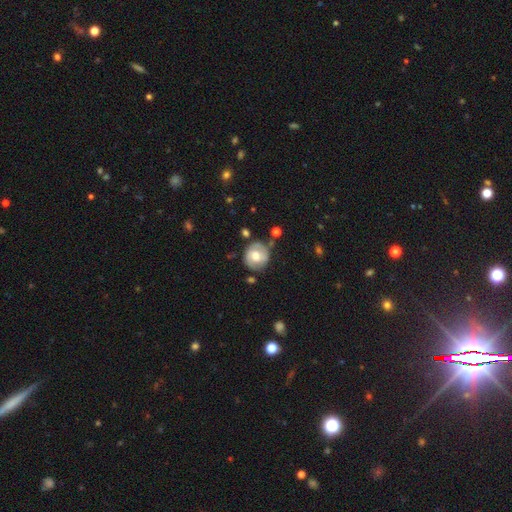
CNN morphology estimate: Q: Smooth or featured?
A: featured or disk (47%); runner-up: smooth (46%)
Q: Merging?
A: none (72%); runner-up: minor disturbance (18%)